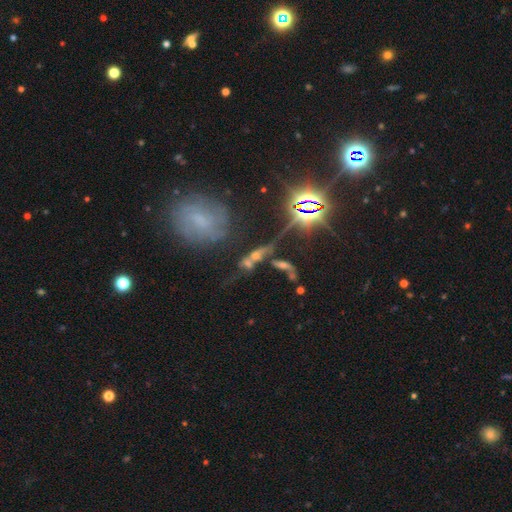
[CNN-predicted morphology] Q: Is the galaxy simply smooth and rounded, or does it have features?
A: star or artifact — 38%.